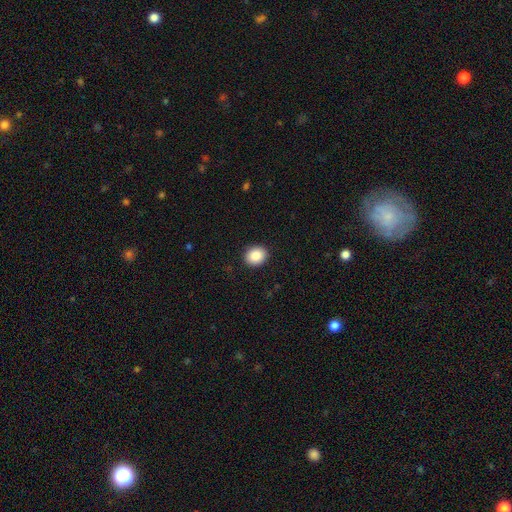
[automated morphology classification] A smooth galaxy with no disk features (87%) that is round (64%).

Vote fractions:
- Smooth or featured? smooth: 87% / star or artifact: 8% / featured or disk: 4%
- How rounded? round: 64% / in between: 35% / cigar-shaped: 1%
- Merging? none: 92% / minor disturbance: 6% / major disturbance: 2% / merger: 1%